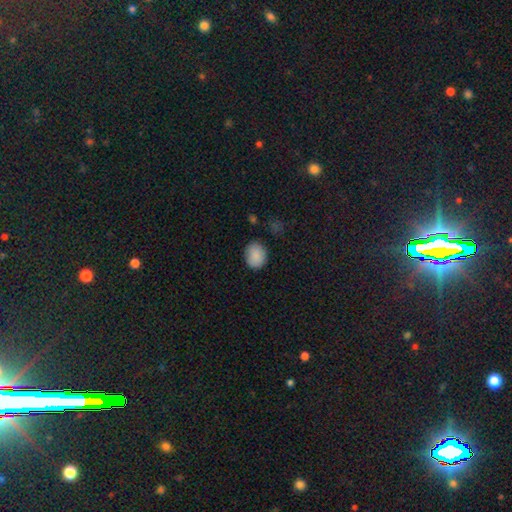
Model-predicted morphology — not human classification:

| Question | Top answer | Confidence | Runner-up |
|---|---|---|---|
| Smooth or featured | smooth | 87% | star or artifact (8%) |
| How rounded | in between | 50% | round (49%) |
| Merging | none | 82% | minor disturbance (14%) |